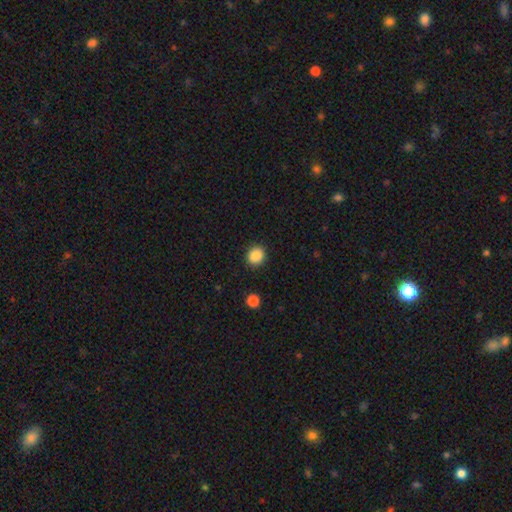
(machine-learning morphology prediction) smooth-or-featured: smooth: 87% | star or artifact: 9% | featured or disk: 3%
  how-rounded: round: 71% | in between: 28% | cigar-shaped: 1%
  merging: none: 90% | minor disturbance: 7% | major disturbance: 2% | merger: 1%